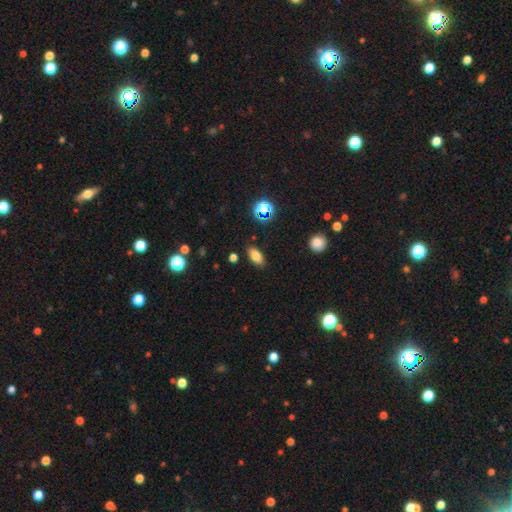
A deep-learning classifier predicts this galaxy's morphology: smooth_or_featured: smooth (p=0.79) [alt: star or artifact p=0.12]
how_rounded: in between (p=0.87) [alt: cigar-shaped p=0.06]
merging: none (p=0.86) [alt: minor disturbance p=0.10]